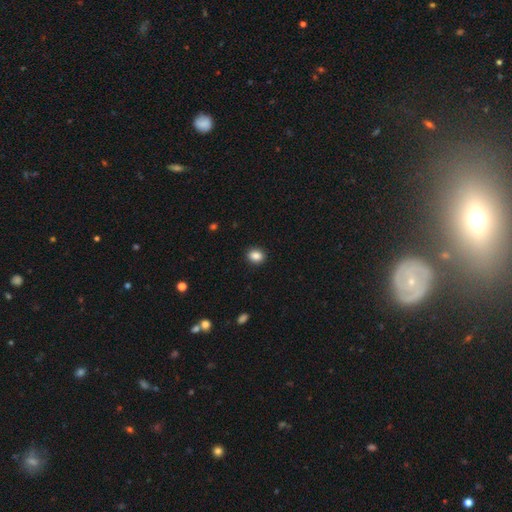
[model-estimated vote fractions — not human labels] A smooth galaxy with no disk features (87%) that is round (58%).

Vote fractions:
- Smooth or featured? smooth: 87% / star or artifact: 9% / featured or disk: 4%
- How rounded? round: 58% / in between: 41% / cigar-shaped: 1%
- Merging? none: 91% / minor disturbance: 6% / major disturbance: 2% / merger: 1%